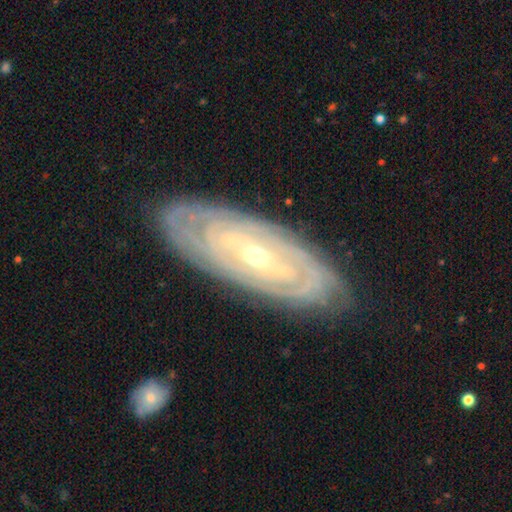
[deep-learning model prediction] A featured or disk galaxy (85%) with no bar (48%), tight (84%) spiral arms (90%) and a small central bulge (56%). Merging: none (84%).